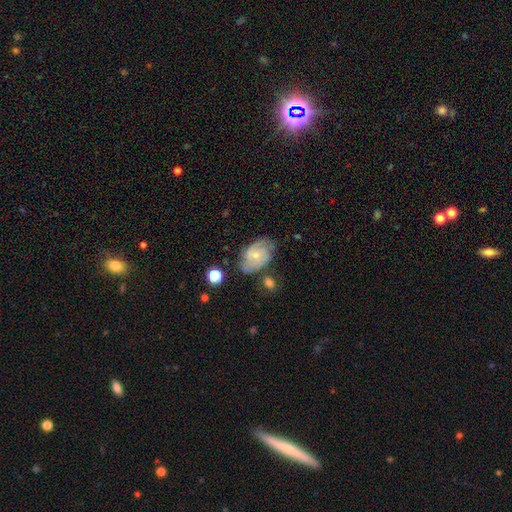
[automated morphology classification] smooth_or_featured: featured or disk (p=0.50) [alt: smooth p=0.42]
disk_edge_on: no (p=0.96) [alt: yes p=0.04]
merging: none (p=0.58) [alt: minor disturbance p=0.27]